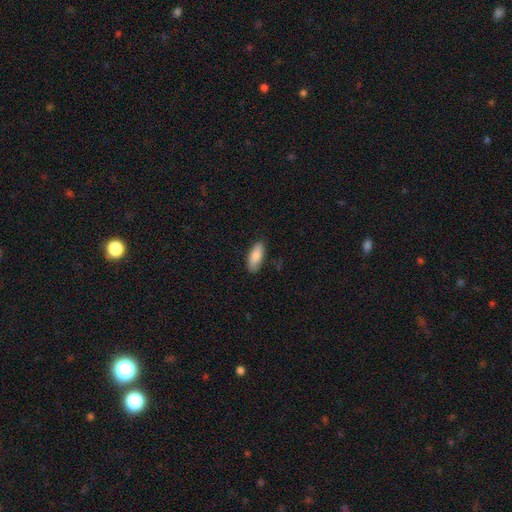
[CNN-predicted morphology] A smooth galaxy with no disk features (86%) that is in between round and cigar-shaped (76%).

Vote fractions:
- Smooth or featured? smooth: 86% / featured or disk: 8% / star or artifact: 6%
- How rounded? in between: 76% / cigar-shaped: 22% / round: 2%
- Merging? none: 87% / minor disturbance: 10% / major disturbance: 2% / merger: 1%